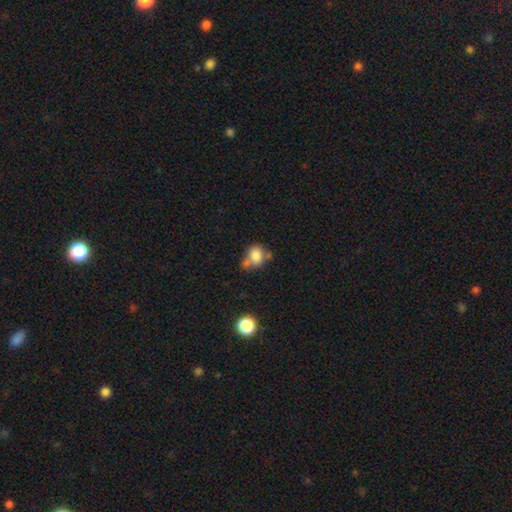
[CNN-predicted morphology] smooth_or_featured: smooth (p=0.79) [alt: star or artifact p=0.11]
how_rounded: round (p=0.61) [alt: in between p=0.38]
merging: none (p=0.41) [alt: merger p=0.35]